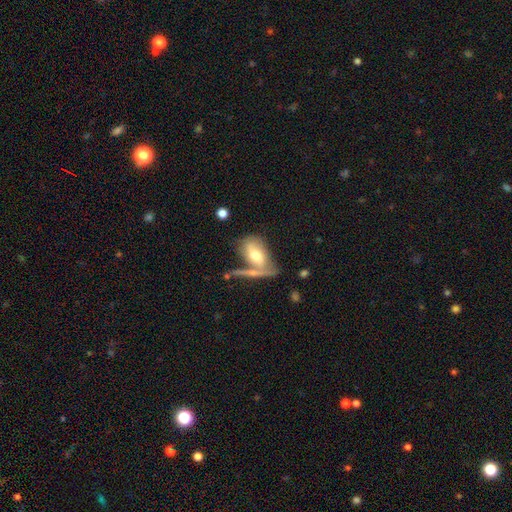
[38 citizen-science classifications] Smooth or featured?
  - smooth: 50% *
  - featured or disk: 42%
  - star or artifact: 8%
How rounded?
  - in between: 84% *
  - cigar-shaped: 11%
  - round: 5%
Merging?
  - merger: 46% *
  - none: 31%
  - minor disturbance: 17%
  - major disturbance: 6%